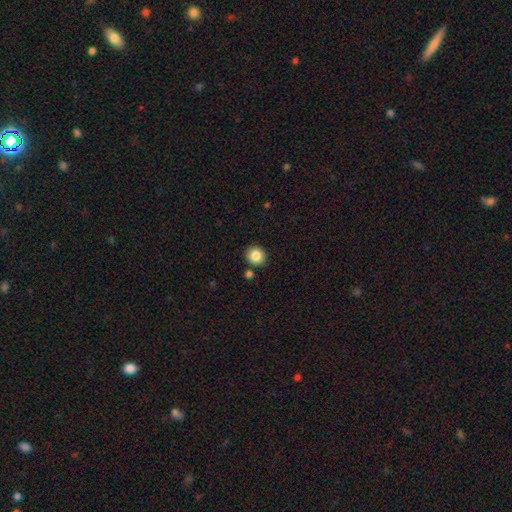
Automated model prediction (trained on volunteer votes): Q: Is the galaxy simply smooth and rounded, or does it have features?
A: smooth — 85%.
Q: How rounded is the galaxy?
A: round — 89%.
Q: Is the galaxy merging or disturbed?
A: none — 86%.